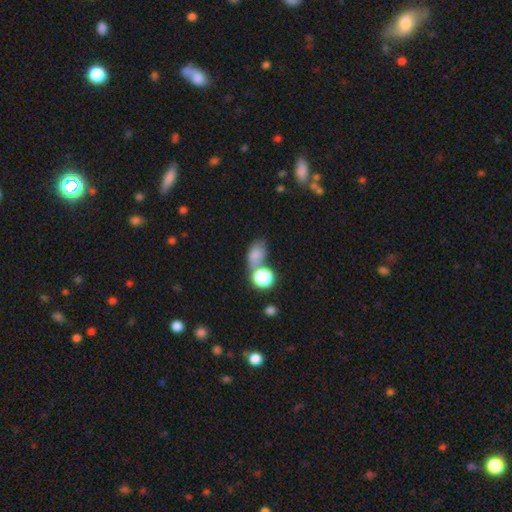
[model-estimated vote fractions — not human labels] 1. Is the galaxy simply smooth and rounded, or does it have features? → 75% smooth, 15% star or artifact, 9% featured or disk.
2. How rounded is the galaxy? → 74% in between, 24% round, 2% cigar-shaped.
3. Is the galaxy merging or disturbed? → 42% none, 32% merger, 17% minor disturbance, 10% major disturbance.